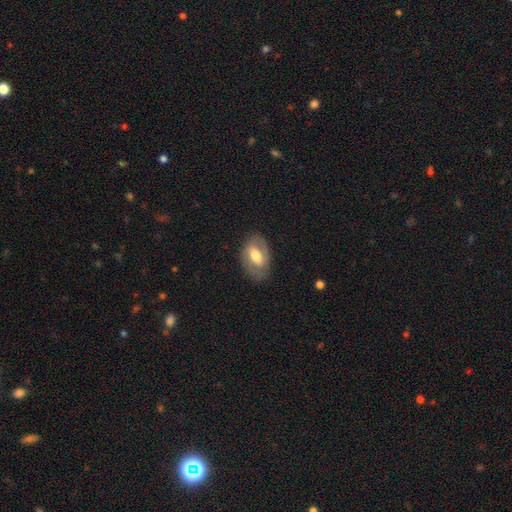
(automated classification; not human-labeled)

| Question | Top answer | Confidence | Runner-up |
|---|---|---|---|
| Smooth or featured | featured or disk | 52% | smooth (42%) |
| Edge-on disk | no | 90% | yes (10%) |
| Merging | none | 78% | minor disturbance (15%) |